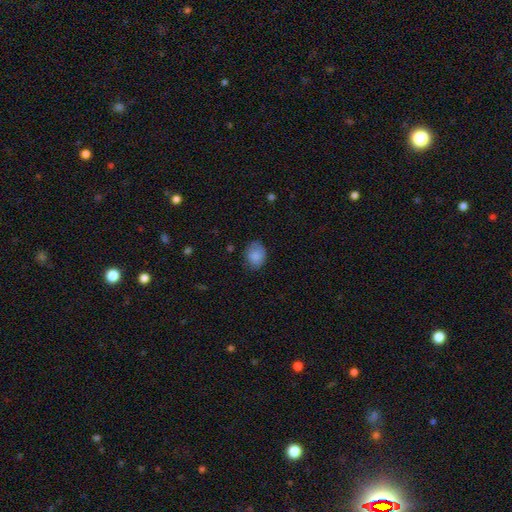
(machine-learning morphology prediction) smooth-or-featured: smooth: 85% | star or artifact: 8% | featured or disk: 7%
  how-rounded: in between: 61% | round: 38% | cigar-shaped: 1%
  merging: none: 70% | minor disturbance: 23% | major disturbance: 5% | merger: 1%